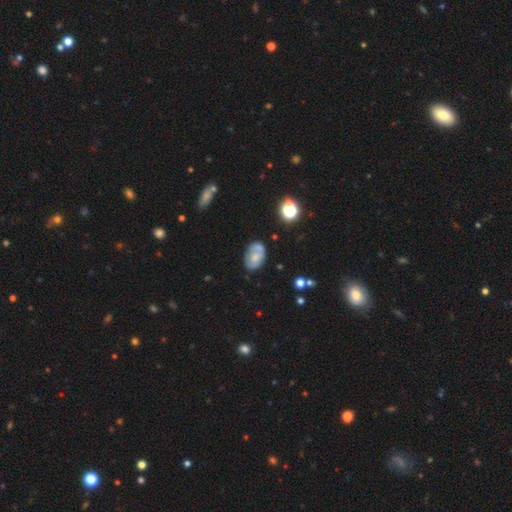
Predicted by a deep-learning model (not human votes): smooth_or_featured: smooth (p=0.49) [alt: featured or disk p=0.42]
merging: none (p=0.53) [alt: minor disturbance p=0.24]